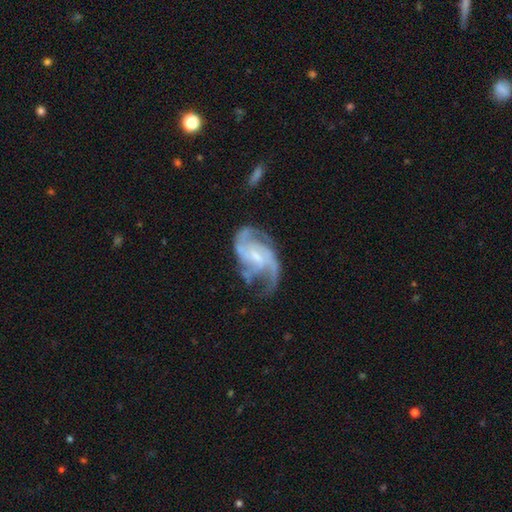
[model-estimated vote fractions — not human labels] Q: Smooth or featured?
A: featured or disk (90%); runner-up: star or artifact (5%)
Q: Edge-on disk?
A: no (98%); runner-up: yes (2%)
Q: Bar?
A: weak (47%); runner-up: no (39%)
Q: Spiral arms?
A: yes (97%); runner-up: no (3%)
Q: Spiral winding?
A: medium (51%); runner-up: tight (25%)
Q: Spiral arm count?
A: 2 (42%); runner-up: 3 (30%)
Q: Bulge size?
A: small (57%); runner-up: moderate (29%)
Q: Merging?
A: none (56%); runner-up: minor disturbance (22%)